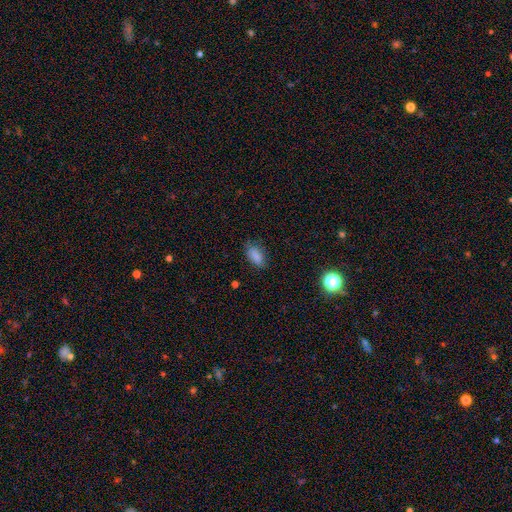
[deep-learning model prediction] Smooth or featured: smooth — 85% (star or artifact — 9%)
How rounded: in between — 90% (cigar-shaped — 6%)
Merging: none — 79% (minor disturbance — 16%)